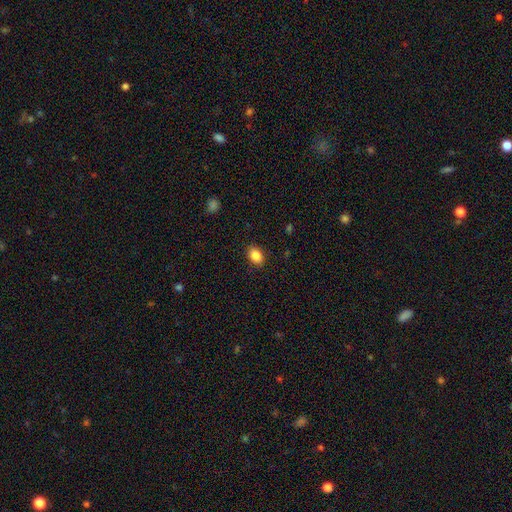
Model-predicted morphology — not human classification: smooth_or_featured: smooth (p=0.87) [alt: star or artifact p=0.09]
how_rounded: in between (p=0.80) [alt: round p=0.19]
merging: none (p=0.88) [alt: minor disturbance p=0.08]